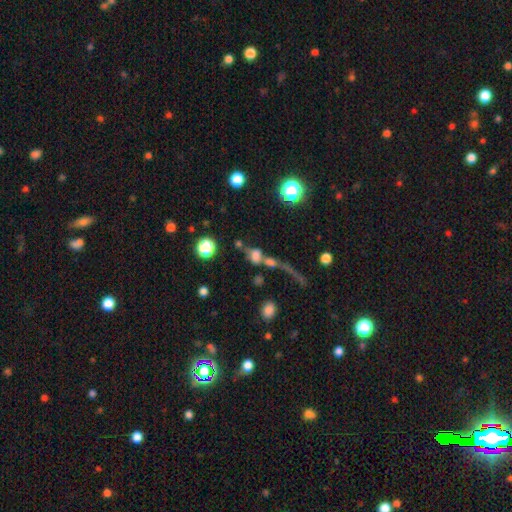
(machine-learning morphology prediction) type=smooth (57%); roundness=in between (51%); merging=merger (53%).